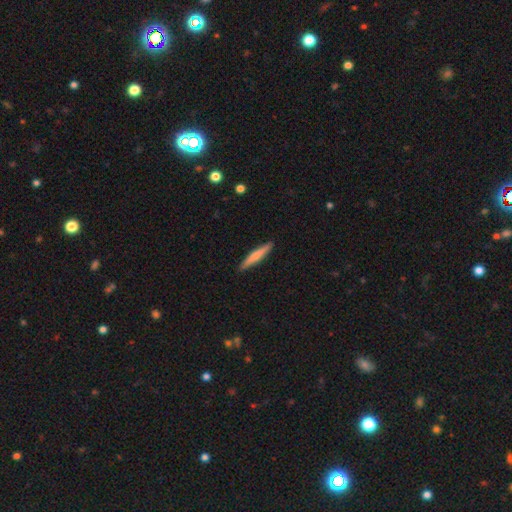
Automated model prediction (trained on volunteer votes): Overall: smooth (65%; featured or disk 30%). How rounded: cigar-shaped (93%). Merging: none (90%).